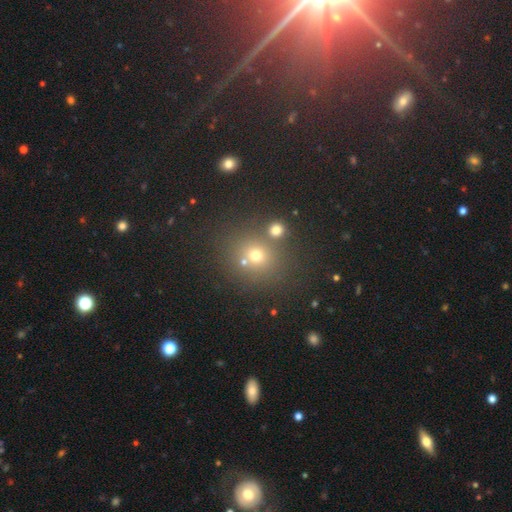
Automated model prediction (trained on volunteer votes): smooth 65%, star or artifact 24%, featured or disk 12%. Down the decision tree: how rounded — round (85%); merging — none (69%).